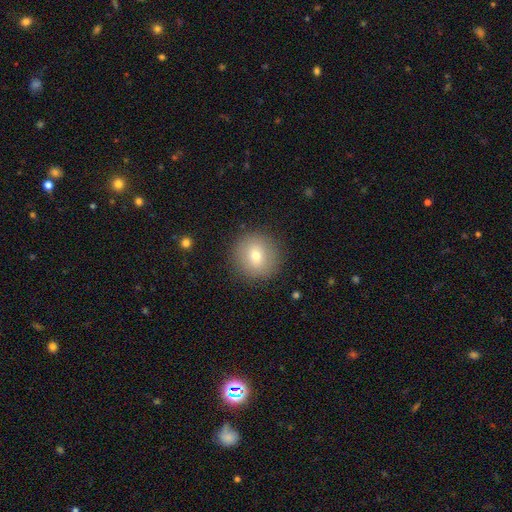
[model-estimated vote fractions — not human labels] This is likely a smooth galaxy (73%). How rounded: clearly round (94%). Merging: clearly none (90%).